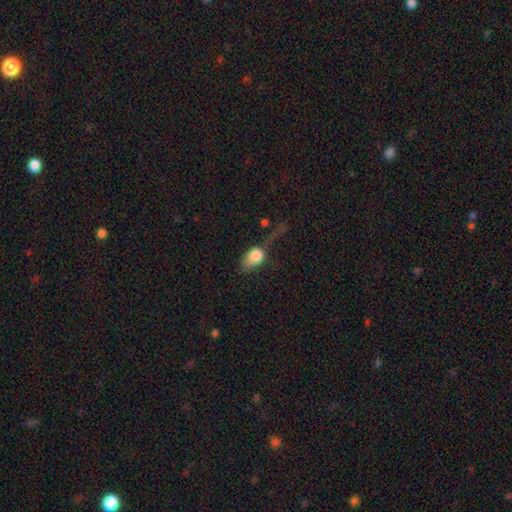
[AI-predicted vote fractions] smooth 80%, featured or disk 11%, star or artifact 9%. Down the decision tree: how rounded — in between (79%); merging — major disturbance (46%).